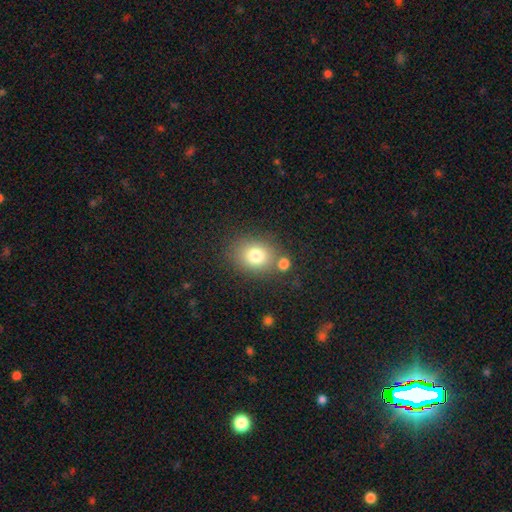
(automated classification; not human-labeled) smooth 78%, star or artifact 11%, featured or disk 10%. Down the decision tree: how rounded — round (55%); merging — none (71%).